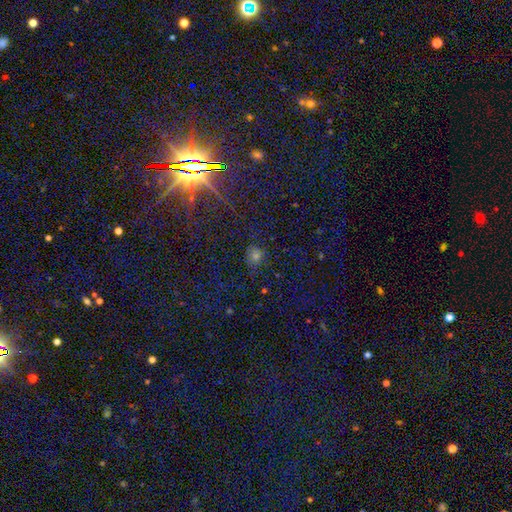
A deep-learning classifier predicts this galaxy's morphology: Smooth or featured?
  - smooth: 51% *
  - star or artifact: 39%
  - featured or disk: 10%
How rounded?
  - round: 72% *
  - in between: 26%
  - cigar-shaped: 2%
Merging?
  - none: 81% *
  - minor disturbance: 12%
  - major disturbance: 5%
  - merger: 2%